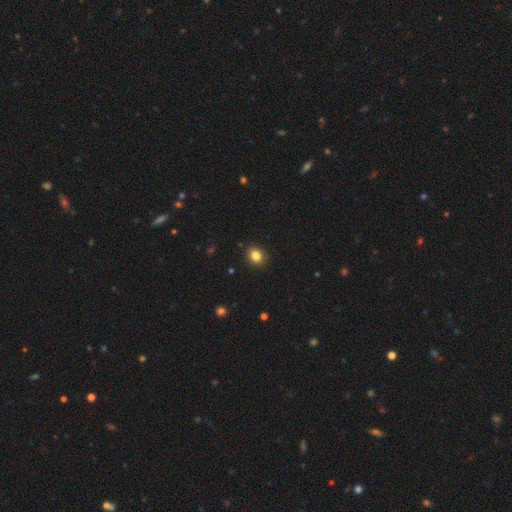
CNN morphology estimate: Smooth or featured: smooth — 85% (star or artifact — 10%)
How rounded: in between — 50% (round — 49%)
Merging: none — 90% (minor disturbance — 7%)